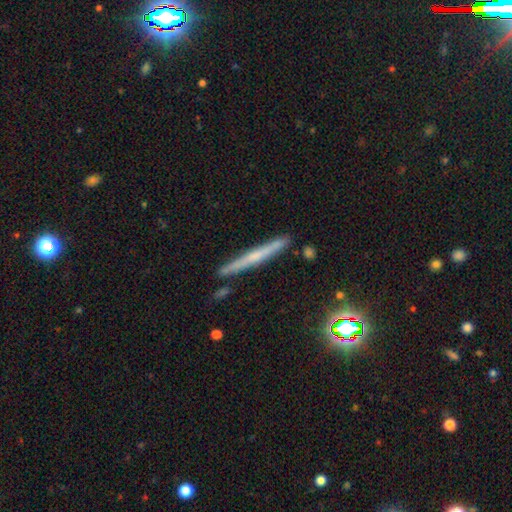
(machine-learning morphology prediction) smooth-or-featured: featured or disk: 53% | smooth: 37% | star or artifact: 10%
  disk-edge-on: yes: 96% | no: 4%
    edge-on-bulge: none: 57% | rounded: 34% | boxy: 8%
  merging: none: 87% | minor disturbance: 9% | merger: 2% | major disturbance: 2%